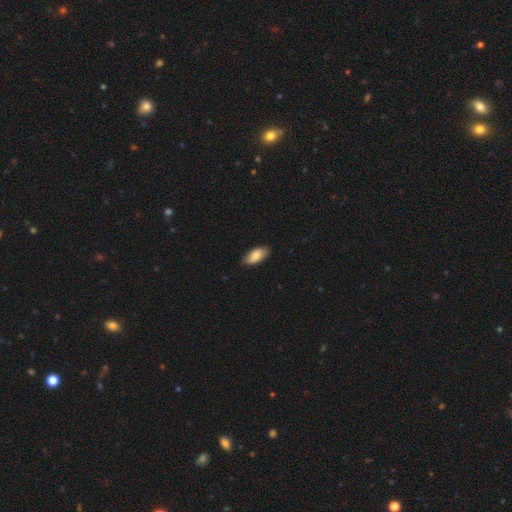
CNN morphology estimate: The model was most divided on "merging": none: 84%, minor disturbance: 13%, major disturbance: 2%, merger: 1%. More confident: how rounded — in between (91%); smooth or featured — smooth (84%).